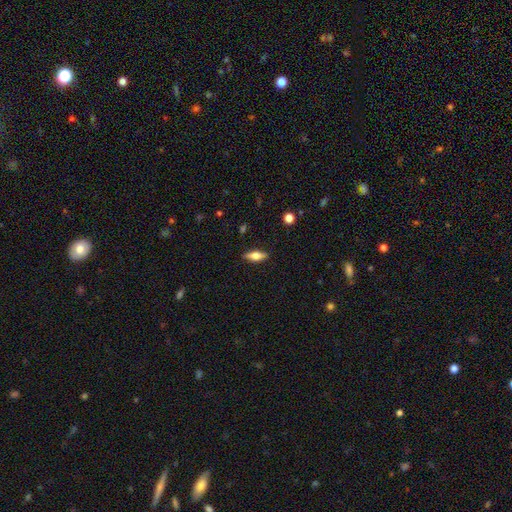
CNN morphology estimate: Q: Smooth or featured?
A: smooth (51%); runner-up: featured or disk (41%)
Q: How rounded?
A: in between (59%); runner-up: cigar-shaped (37%)
Q: Merging?
A: none (87%); runner-up: minor disturbance (10%)